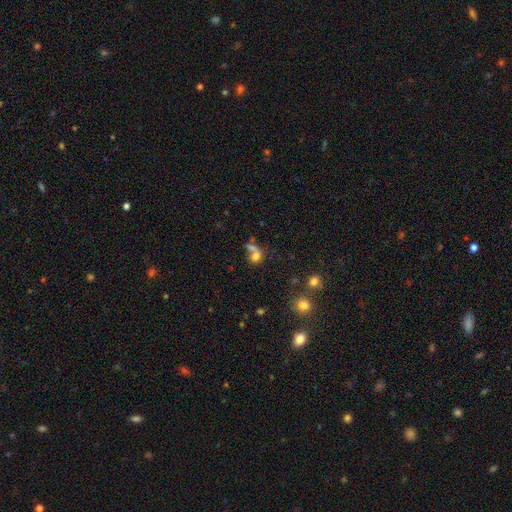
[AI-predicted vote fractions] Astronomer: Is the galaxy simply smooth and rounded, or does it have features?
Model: smooth — 69%.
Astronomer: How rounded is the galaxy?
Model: round — 56% (runner-up: in between, 41%).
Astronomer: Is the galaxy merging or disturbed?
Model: merger — 49% (runner-up: none, 30%).